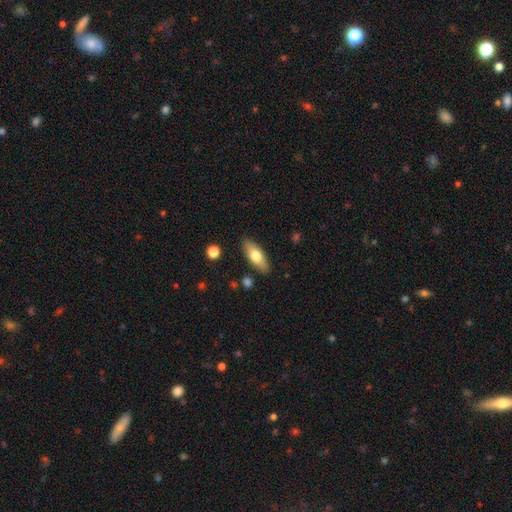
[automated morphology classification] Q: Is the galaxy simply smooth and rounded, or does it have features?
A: smooth — 68%.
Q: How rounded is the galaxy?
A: in between — 75%.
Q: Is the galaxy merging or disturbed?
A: none — 87%.